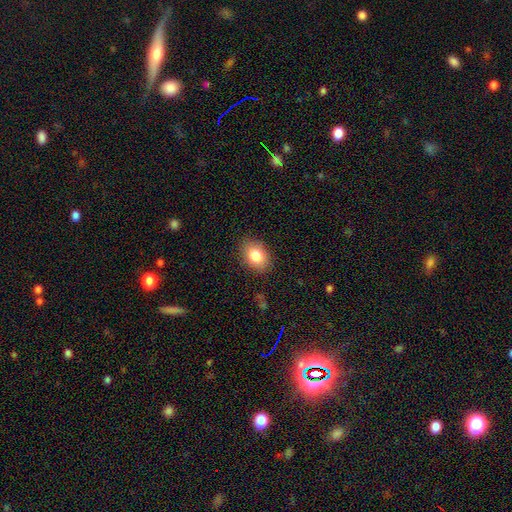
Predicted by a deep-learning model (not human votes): Smooth or featured: smooth — 83% (featured or disk — 9%)
How rounded: in between — 76% (round — 23%)
Merging: none — 86% (minor disturbance — 10%)